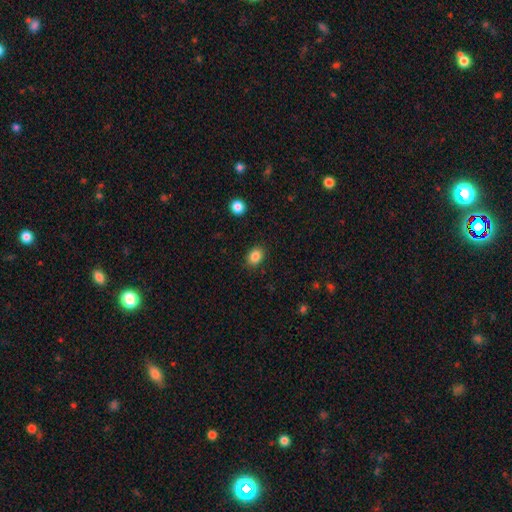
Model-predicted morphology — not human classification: Smooth or featured?
  - smooth: 85% *
  - star or artifact: 10%
  - featured or disk: 5%
How rounded?
  - in between: 59% *
  - round: 40%
  - cigar-shaped: 1%
Merging?
  - none: 88% *
  - minor disturbance: 9%
  - major disturbance: 2%
  - merger: 1%